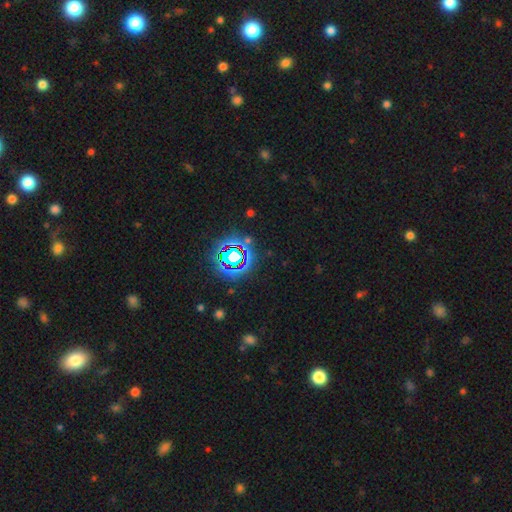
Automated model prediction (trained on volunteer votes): star or artifact 77%, smooth 14%, featured or disk 10%.